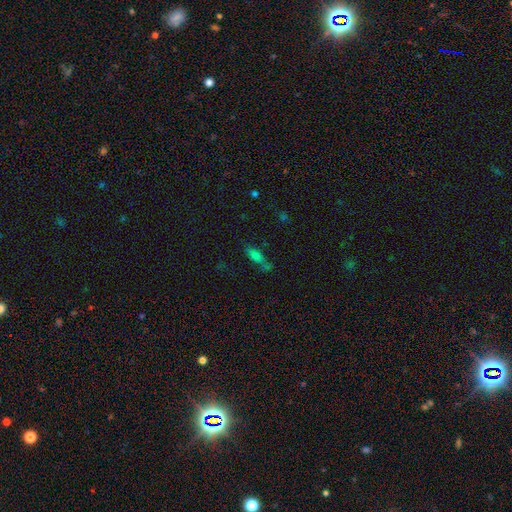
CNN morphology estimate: Q: Smooth or featured?
A: smooth (62%); runner-up: featured or disk (23%)
Q: How rounded?
A: in between (53%); runner-up: cigar-shaped (43%)
Q: Merging?
A: none (58%); runner-up: minor disturbance (23%)